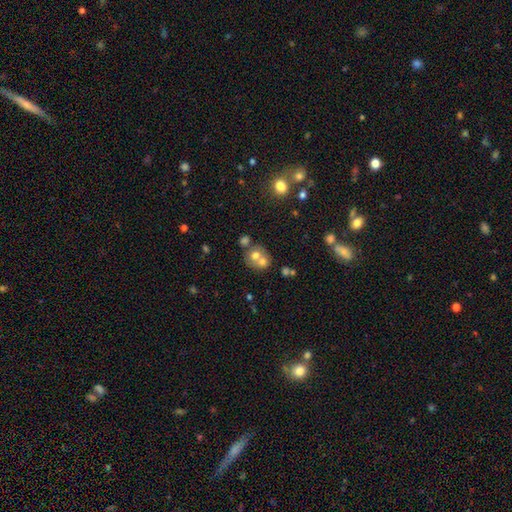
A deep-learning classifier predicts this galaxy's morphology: smooth-or-featured: smooth: 62% | featured or disk: 26% | star or artifact: 13%
  how-rounded: round: 73% | in between: 26% | cigar-shaped: 1%
  merging: merger: 55% | none: 34% | minor disturbance: 7% | major disturbance: 4%